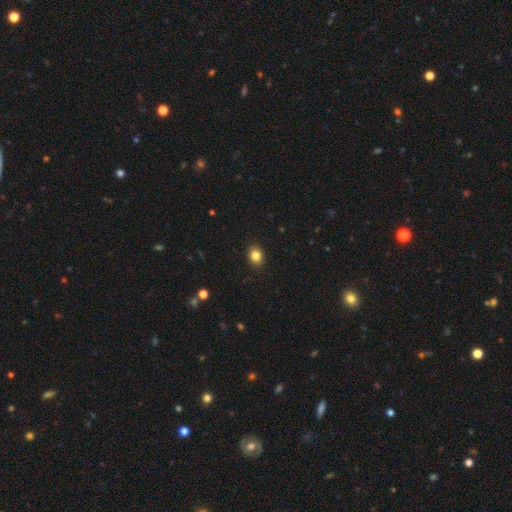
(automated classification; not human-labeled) smooth 83%, star or artifact 11%, featured or disk 6%. Down the decision tree: how rounded — round (55%); merging — none (90%).